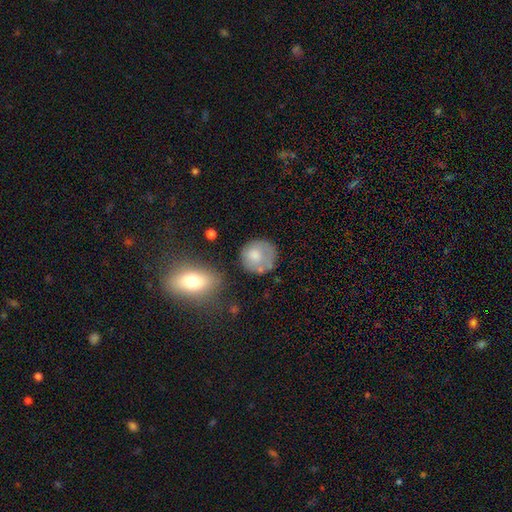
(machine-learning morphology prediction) Smooth or featured?
  - smooth: 70% *
  - featured or disk: 22%
  - star or artifact: 8%
How rounded?
  - round: 87% *
  - in between: 12%
  - cigar-shaped: 1%
Merging?
  - none: 59% *
  - minor disturbance: 22%
  - major disturbance: 12%
  - merger: 7%